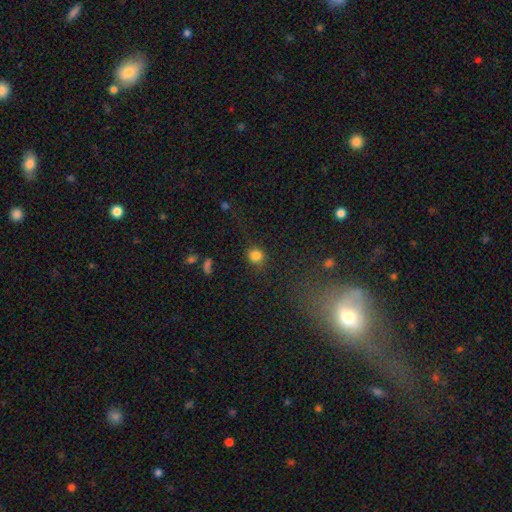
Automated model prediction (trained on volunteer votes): Morphology: type=smooth (83%); roundness=round (85%); merging=none (80%).